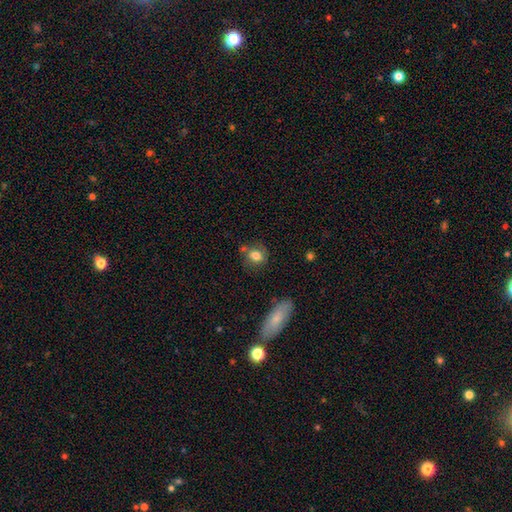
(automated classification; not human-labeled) Overall: smooth (79%). How rounded: round (55%; in between 43%). Merging: none (64%).